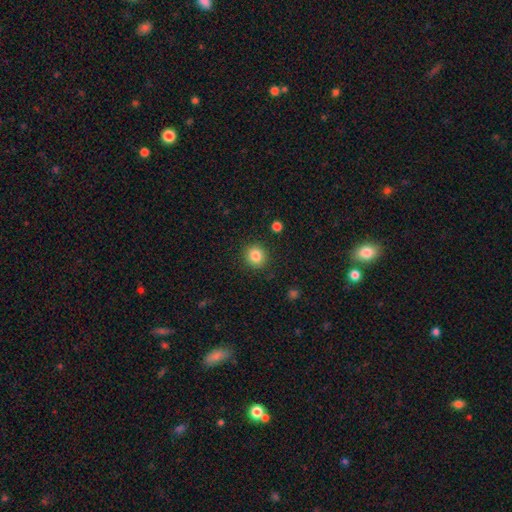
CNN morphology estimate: Smooth or featured? Predicted: smooth (p=0.85). How rounded? Predicted: round (p=0.85). Merging? Predicted: none (p=0.89).